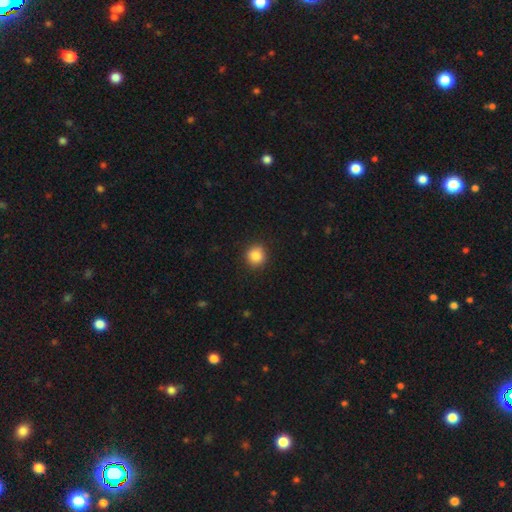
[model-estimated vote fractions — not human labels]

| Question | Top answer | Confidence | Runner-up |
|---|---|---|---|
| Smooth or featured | smooth | 86% | star or artifact (10%) |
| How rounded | round | 90% | in between (9%) |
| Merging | none | 88% | minor disturbance (9%) |